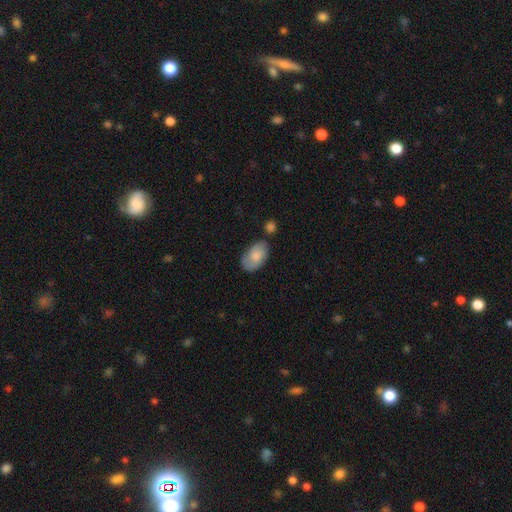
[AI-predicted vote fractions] A smooth galaxy with no disk features (75%) that is in between round and cigar-shaped (93%). Merging: none (58%).